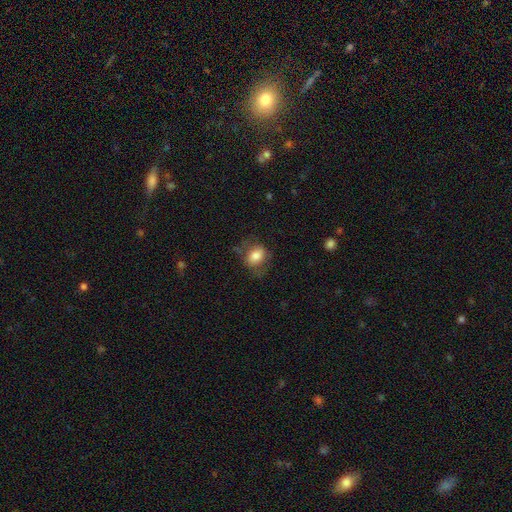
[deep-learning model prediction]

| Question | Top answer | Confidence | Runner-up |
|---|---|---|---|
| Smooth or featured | smooth | 77% | featured or disk (16%) |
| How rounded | in between | 63% | round (36%) |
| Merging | none | 62% | minor disturbance (23%) |